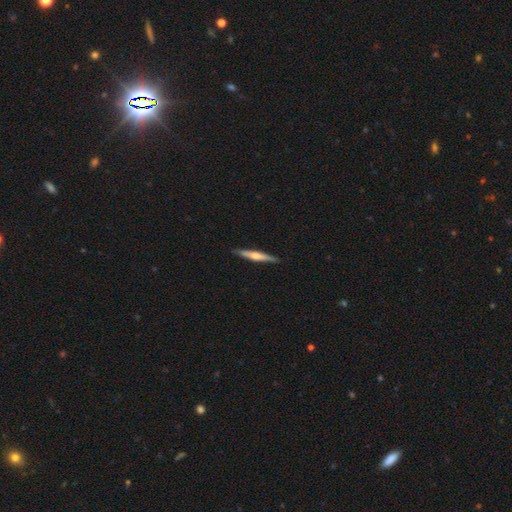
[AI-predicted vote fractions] Morphology: type=featured or disk (61%); edge-on=yes (97%); edge-on bulge=rounded (81%); merging=none (90%).